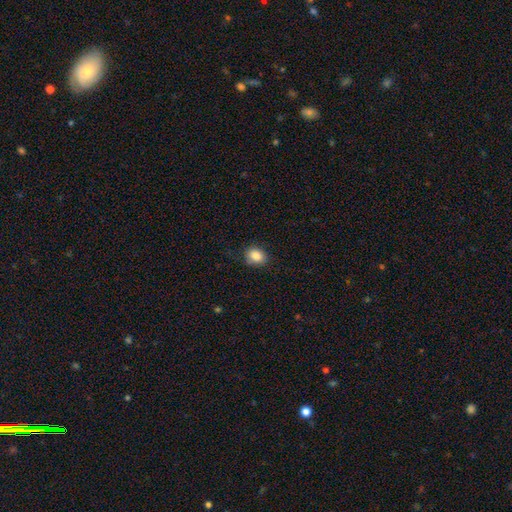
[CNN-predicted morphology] The model was most divided on "how rounded": in between: 50%, round: 49%, cigar-shaped: 1%. More confident: smooth or featured — smooth (87%); merging — none (80%).